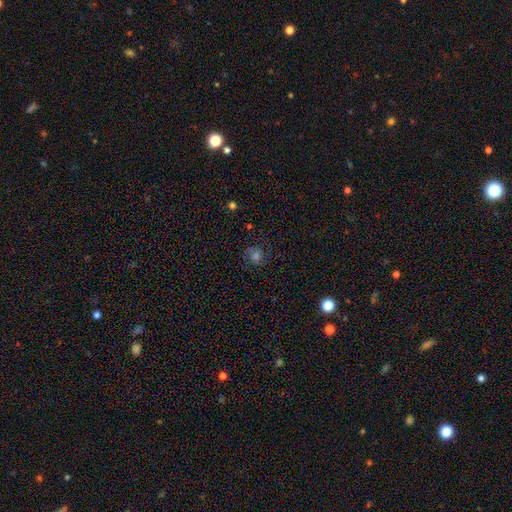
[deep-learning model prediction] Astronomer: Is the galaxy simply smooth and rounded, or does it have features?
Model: featured or disk — 40% (runner-up: smooth, 36%).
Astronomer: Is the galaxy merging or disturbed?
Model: none — 75%.